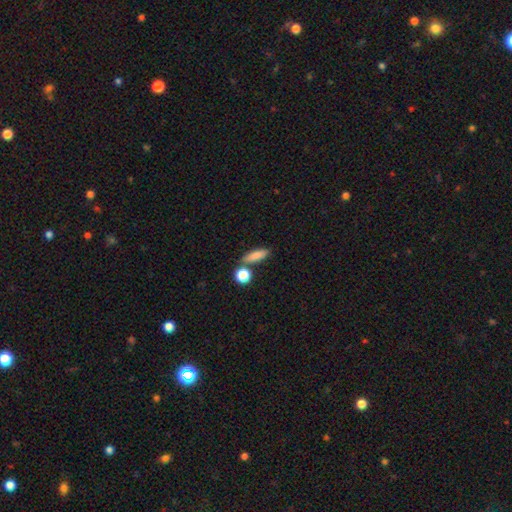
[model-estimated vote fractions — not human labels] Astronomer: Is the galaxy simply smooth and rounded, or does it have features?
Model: smooth — 83%.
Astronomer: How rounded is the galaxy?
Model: in between — 56% (runner-up: cigar-shaped, 36%).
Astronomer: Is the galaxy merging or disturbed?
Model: none — 72%.